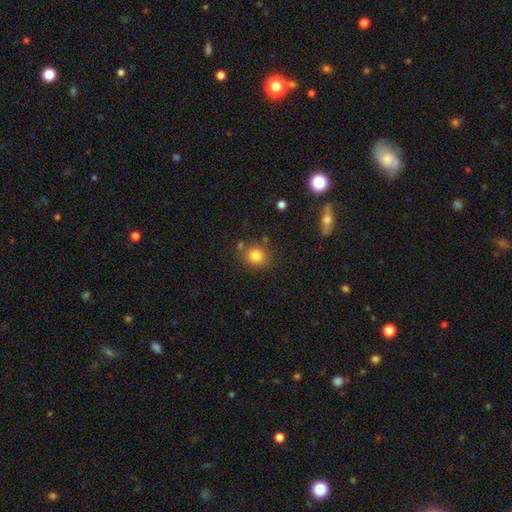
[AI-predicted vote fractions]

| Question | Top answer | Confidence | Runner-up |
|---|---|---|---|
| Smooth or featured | smooth | 82% | star or artifact (12%) |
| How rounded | round | 84% | in between (16%) |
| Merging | none | 79% | minor disturbance (11%) |